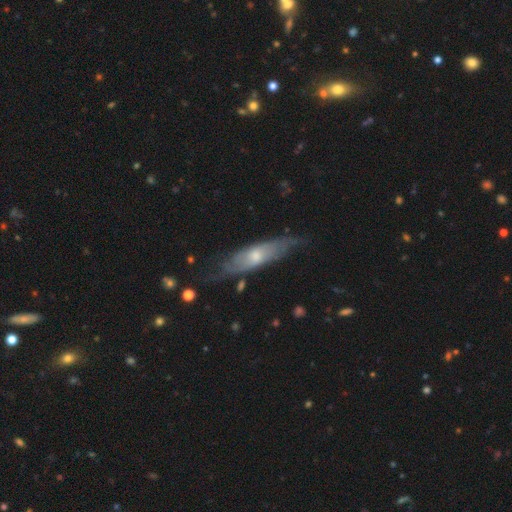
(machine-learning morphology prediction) smooth_or_featured: featured or disk (p=0.60) [alt: smooth p=0.34]
disk_edge_on: no (p=0.52) [alt: yes p=0.48]
merging: none (p=0.65) [alt: minor disturbance p=0.24]